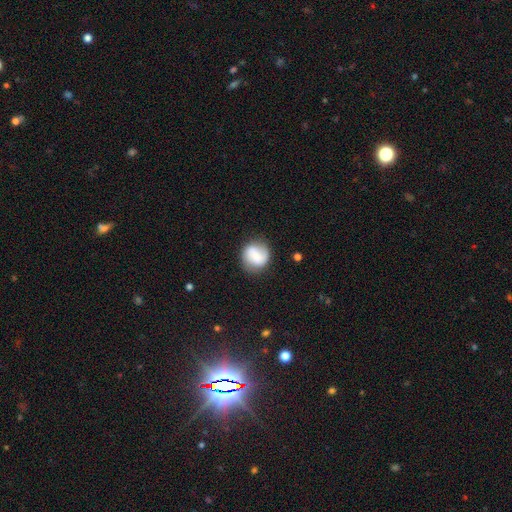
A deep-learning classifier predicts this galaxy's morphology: Smooth or featured? smooth (58%)
How rounded? round (85%)
Merging? none (76%)